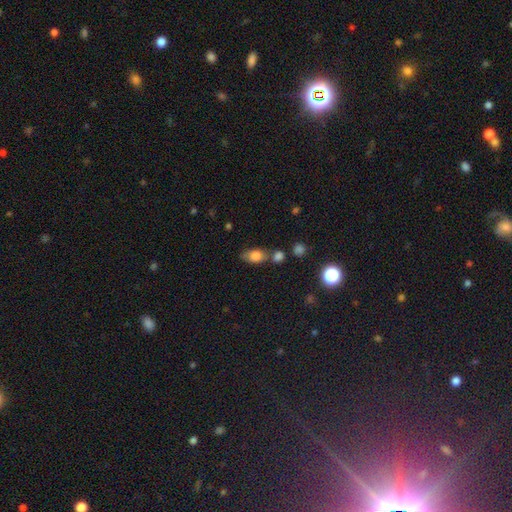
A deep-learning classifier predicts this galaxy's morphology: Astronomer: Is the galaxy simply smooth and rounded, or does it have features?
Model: smooth — 79%.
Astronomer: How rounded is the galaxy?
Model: in between — 83%.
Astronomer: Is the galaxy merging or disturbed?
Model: none — 53%.